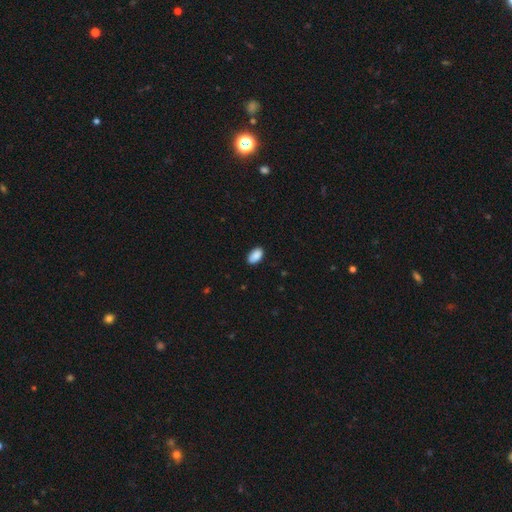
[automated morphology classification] Smooth or featured? smooth (89%)
How rounded? in between (94%)
Merging? none (85%)